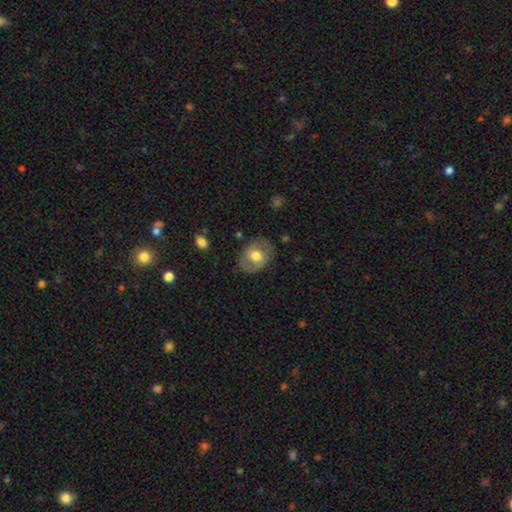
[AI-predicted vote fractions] smooth-or-featured: smooth: 51% | featured or disk: 42% | star or artifact: 7%
  how-rounded: in between: 60% | round: 39% | cigar-shaped: 1%
  merging: none: 76% | minor disturbance: 16% | major disturbance: 6% | merger: 1%